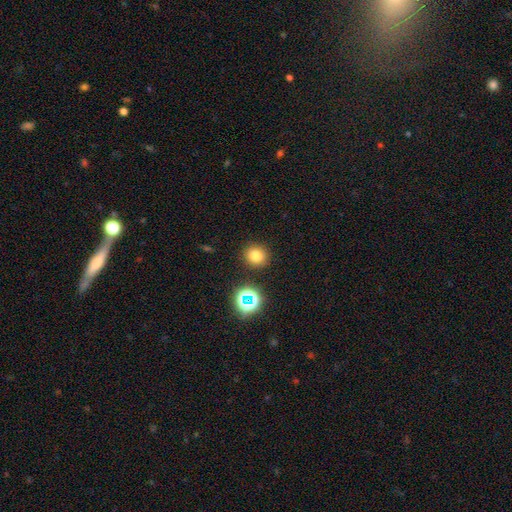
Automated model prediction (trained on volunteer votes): Morphology: type=smooth (76%); roundness=round (86%); merging=none (88%).